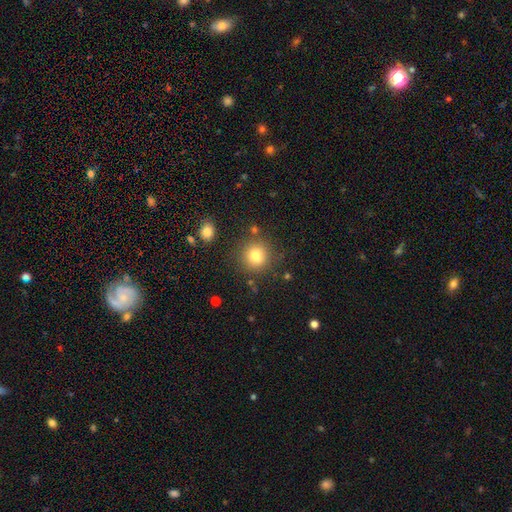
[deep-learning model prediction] Smooth or featured?
  - smooth: 81% *
  - star or artifact: 12%
  - featured or disk: 7%
How rounded?
  - round: 85% *
  - in between: 14%
  - cigar-shaped: 1%
Merging?
  - none: 78% *
  - minor disturbance: 11%
  - merger: 7%
  - major disturbance: 4%